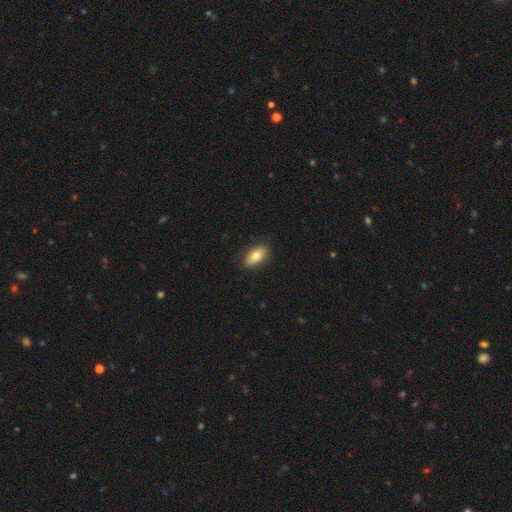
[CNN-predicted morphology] smooth-or-featured: smooth: 78% | featured or disk: 14% | star or artifact: 7%
  how-rounded: in between: 86% | cigar-shaped: 9% | round: 4%
  merging: none: 86% | minor disturbance: 11% | major disturbance: 2% | merger: 1%